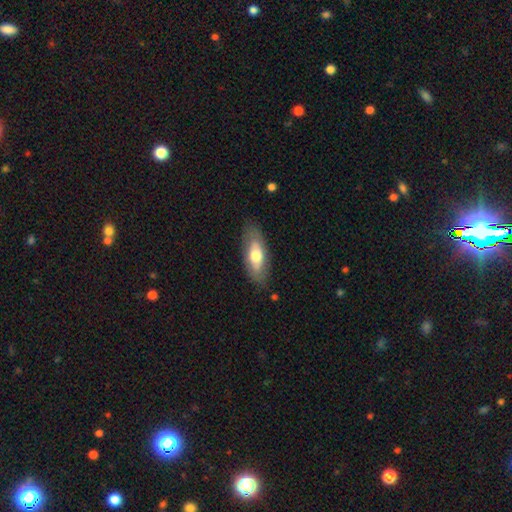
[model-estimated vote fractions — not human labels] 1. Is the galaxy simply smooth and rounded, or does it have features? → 59% smooth, 35% featured or disk, 6% star or artifact.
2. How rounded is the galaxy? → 75% in between, 23% cigar-shaped, 3% round.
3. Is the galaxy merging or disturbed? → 81% none, 14% minor disturbance, 4% major disturbance, 1% merger.